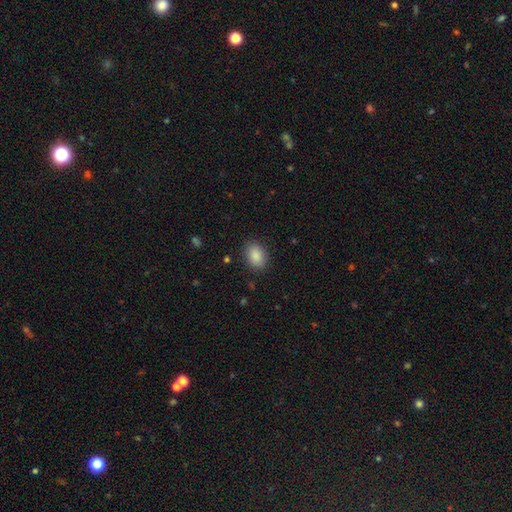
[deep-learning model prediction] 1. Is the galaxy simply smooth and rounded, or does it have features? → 88% smooth, 7% star or artifact, 4% featured or disk.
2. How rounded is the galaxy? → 80% in between, 19% round, 1% cigar-shaped.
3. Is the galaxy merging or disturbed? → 87% none, 10% minor disturbance, 3% major disturbance, 1% merger.